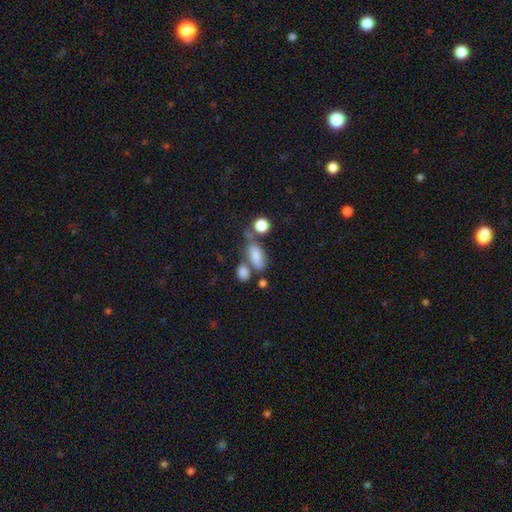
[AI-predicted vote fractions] Morphology: type=smooth (71%); roundness=in between (83%); merging=none (43%).